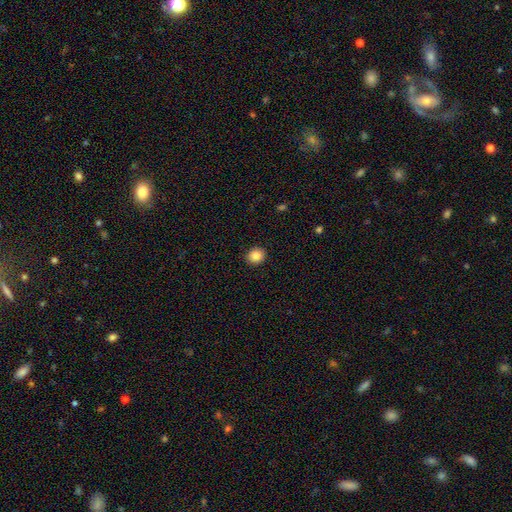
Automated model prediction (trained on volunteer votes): A smooth galaxy with no disk features (84%) that is round (81%).

Vote fractions:
- Smooth or featured? smooth: 84% / star or artifact: 10% / featured or disk: 6%
- How rounded? round: 81% / in between: 18% / cigar-shaped: 1%
- Merging? none: 92% / minor disturbance: 5% / major disturbance: 2% / merger: 1%